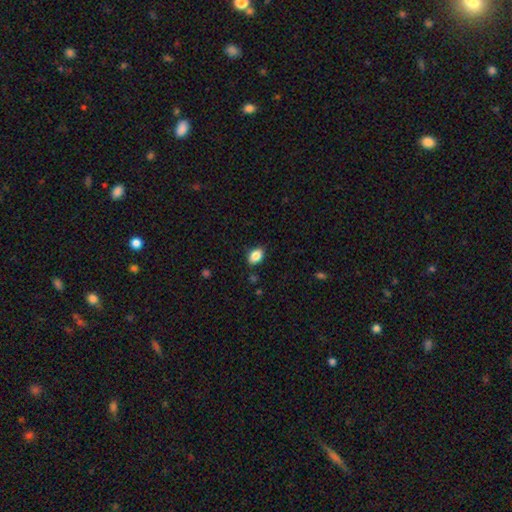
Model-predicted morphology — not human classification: A smooth galaxy with no disk features (86%) that is in between round and cigar-shaped (80%).

Vote fractions:
- Smooth or featured? smooth: 86% / star or artifact: 9% / featured or disk: 5%
- How rounded? in between: 80% / round: 19% / cigar-shaped: 1%
- Merging? none: 85% / minor disturbance: 12% / major disturbance: 2% / merger: 1%